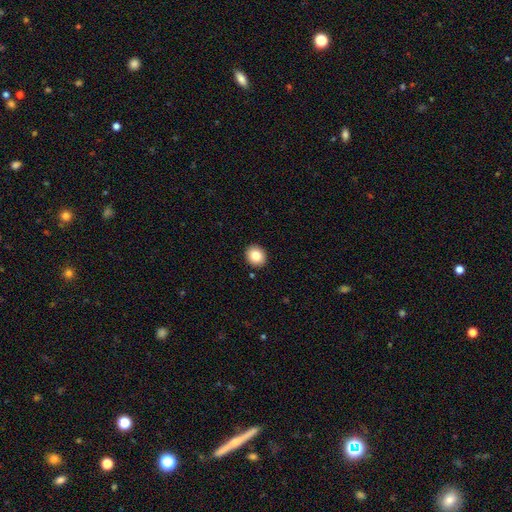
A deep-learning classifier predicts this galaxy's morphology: smooth 83%, star or artifact 9%, featured or disk 8%. Down the decision tree: how rounded — round (76%); merging — none (91%).